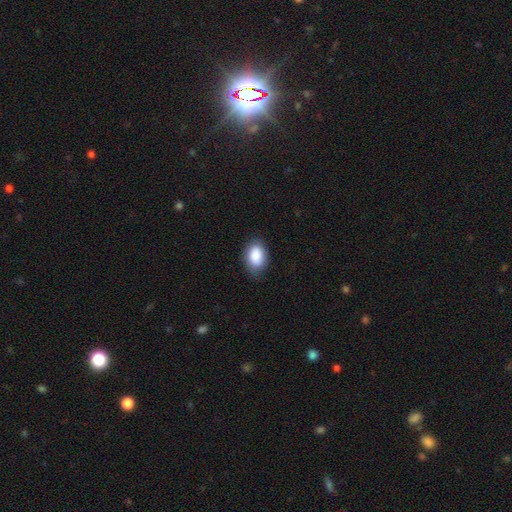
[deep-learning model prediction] smooth_or_featured: smooth (p=0.88) [alt: star or artifact p=0.07]
how_rounded: in between (p=0.87) [alt: round p=0.12]
merging: none (p=0.75) [alt: minor disturbance p=0.20]